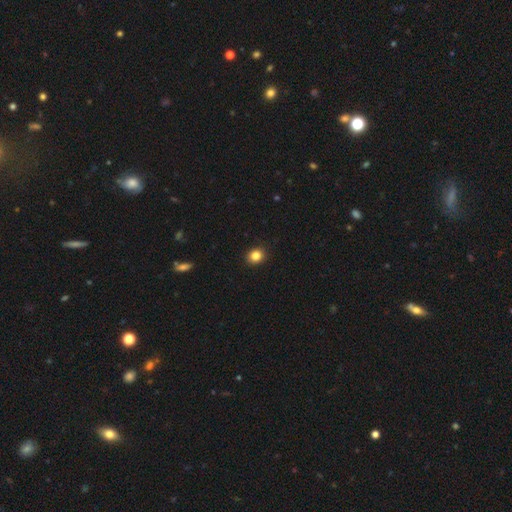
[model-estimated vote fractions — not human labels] smooth-or-featured: smooth: 84% | star or artifact: 11% | featured or disk: 5%
  how-rounded: round: 72% | in between: 27% | cigar-shaped: 1%
  merging: none: 91% | minor disturbance: 6% | major disturbance: 2% | merger: 1%